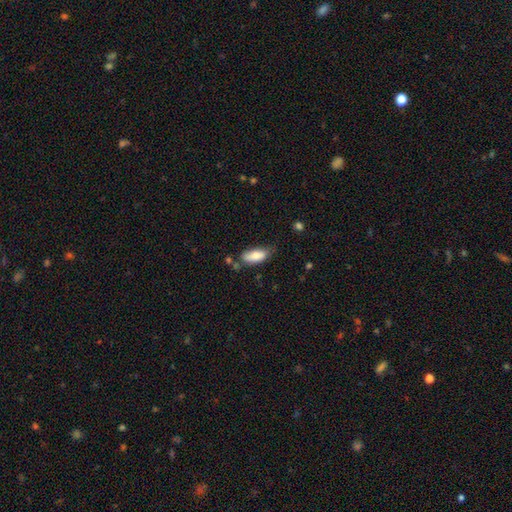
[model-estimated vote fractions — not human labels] This is likely a smooth galaxy (78%). How rounded: clearly in between (82%). Merging: possibly none (56%).